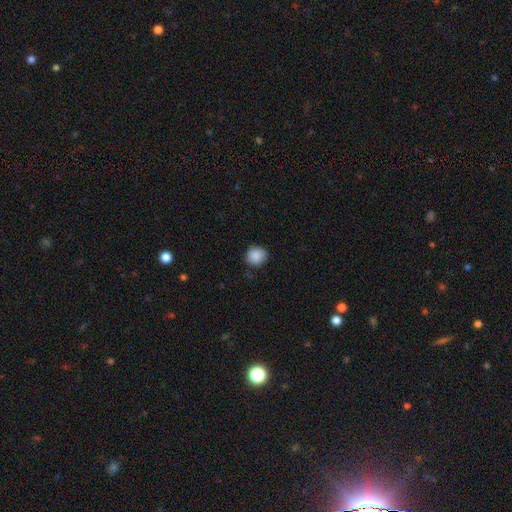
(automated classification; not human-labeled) Q: Smooth or featured?
A: smooth (88%); runner-up: star or artifact (9%)
Q: How rounded?
A: round (80%); runner-up: in between (19%)
Q: Merging?
A: none (79%); runner-up: minor disturbance (16%)